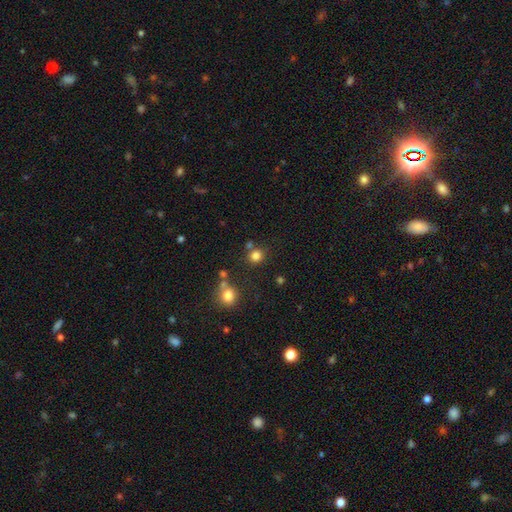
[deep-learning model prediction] Smooth or featured?
  - smooth: 81% *
  - star or artifact: 14%
  - featured or disk: 6%
How rounded?
  - round: 85% *
  - in between: 14%
  - cigar-shaped: 1%
Merging?
  - none: 75% *
  - merger: 12%
  - minor disturbance: 9%
  - major disturbance: 4%